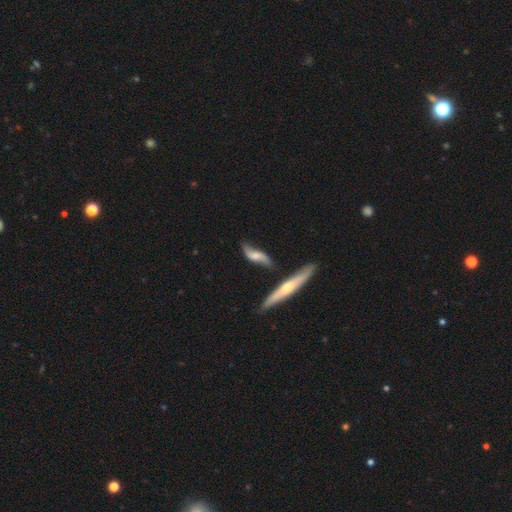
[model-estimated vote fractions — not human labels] Smooth or featured: featured or disk — 71% (smooth — 23%)
Edge-on disk: no — 74% (yes — 26%)
Bar: no — 56% (weak — 34%)
Spiral arms: yes — 90% (no — 10%)
Bulge size: moderate — 32% (small — 30%)
Merging: none — 64% (minor disturbance — 21%)